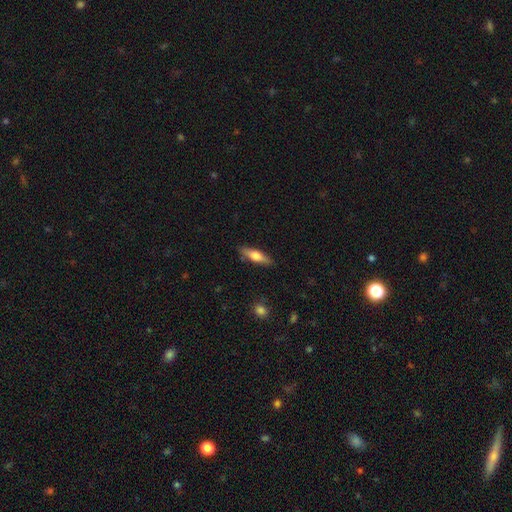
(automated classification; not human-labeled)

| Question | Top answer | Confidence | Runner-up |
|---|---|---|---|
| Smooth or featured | smooth | 54% | featured or disk (40%) |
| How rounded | cigar-shaped | 63% | in between (34%) |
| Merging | none | 86% | minor disturbance (10%) |